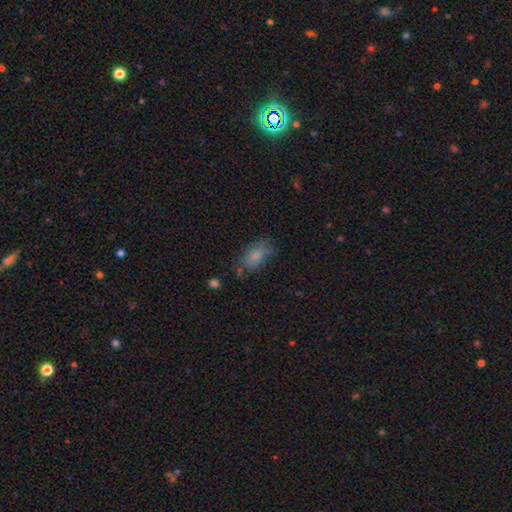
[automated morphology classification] Overall: smooth (76%). How rounded: in between (90%). Merging: none (60%; minor disturbance 25%).